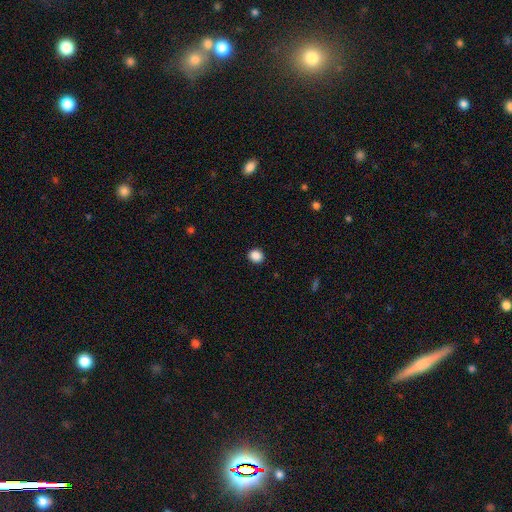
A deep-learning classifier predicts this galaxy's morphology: Overall: smooth (88%). How rounded: round (82%). Merging: none (92%).